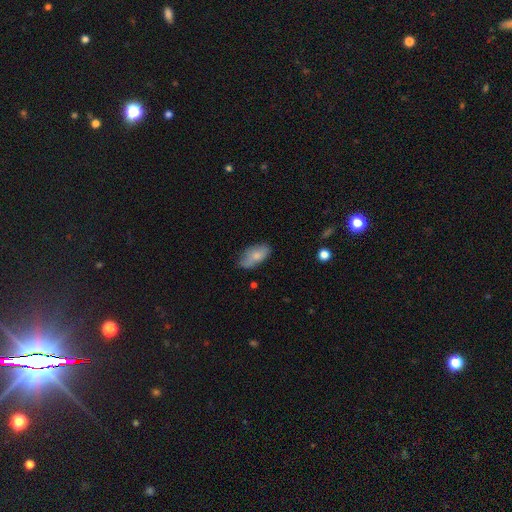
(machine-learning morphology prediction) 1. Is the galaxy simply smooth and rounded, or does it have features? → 76% smooth, 17% featured or disk, 7% star or artifact.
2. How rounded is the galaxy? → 92% in between, 5% cigar-shaped, 3% round.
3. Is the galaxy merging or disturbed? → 64% none, 28% minor disturbance, 6% major disturbance, 2% merger.